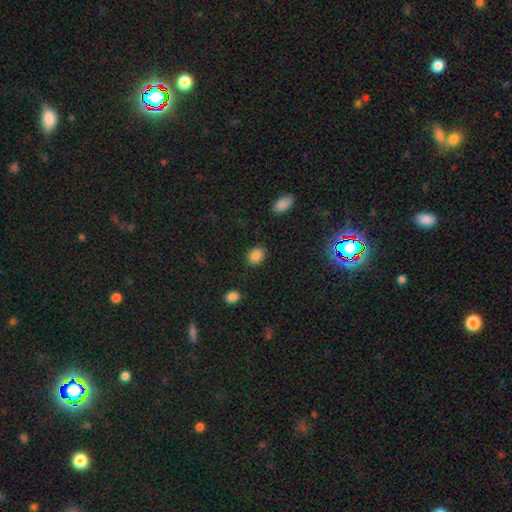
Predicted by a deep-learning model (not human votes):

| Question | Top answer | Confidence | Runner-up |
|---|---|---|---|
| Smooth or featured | smooth | 87% | star or artifact (9%) |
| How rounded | in between | 63% | round (36%) |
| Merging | none | 85% | minor disturbance (11%) |